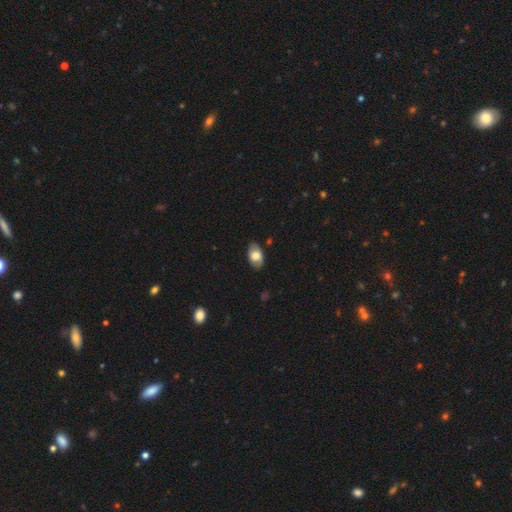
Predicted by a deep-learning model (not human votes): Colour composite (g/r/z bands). It shows a smooth galaxy with no disk features (74%) that is in between round and cigar-shaped (92%). Merging: none (82%).